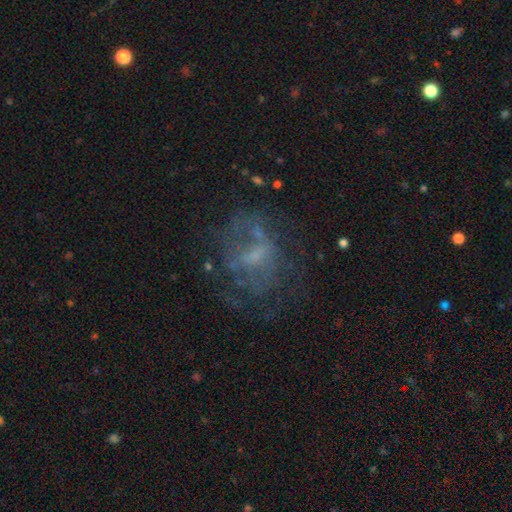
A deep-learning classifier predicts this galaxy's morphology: This is likely a featured or disk galaxy (61%). It is clearly not viewed edge-on (97%). Bar: possibly no (54%). Spiral arm pattern: possibly no (58%). Central bulge: possibly small (49%). Merging: possibly none (51%).